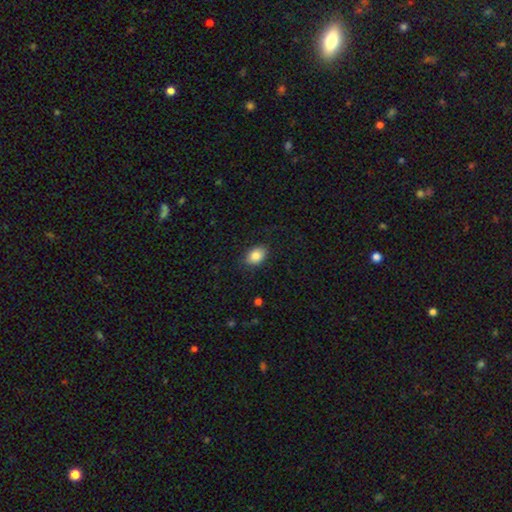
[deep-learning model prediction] smooth_or_featured: smooth (p=0.85) [alt: star or artifact p=0.08]
how_rounded: in between (p=0.80) [alt: round p=0.19]
merging: none (p=0.84) [alt: minor disturbance p=0.12]